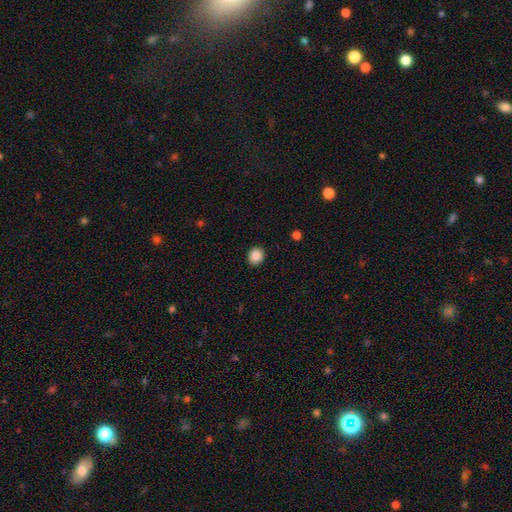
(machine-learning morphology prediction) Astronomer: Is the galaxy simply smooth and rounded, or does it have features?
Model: smooth — 88%.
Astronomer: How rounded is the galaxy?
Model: round — 72%.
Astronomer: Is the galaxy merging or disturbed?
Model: none — 91%.